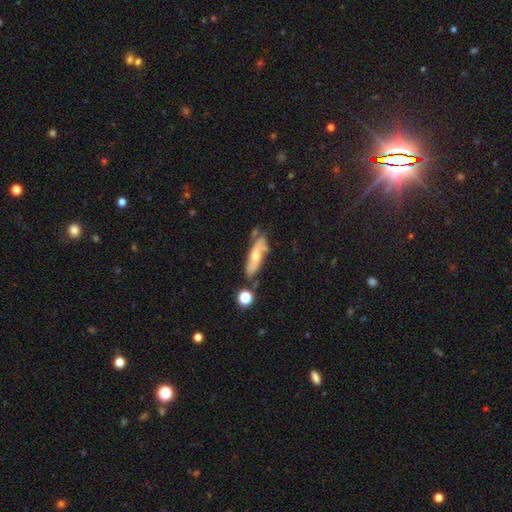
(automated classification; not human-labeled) Smooth or featured? featured or disk (52%)
Edge-on disk? no (67%)
Merging? none (55%)